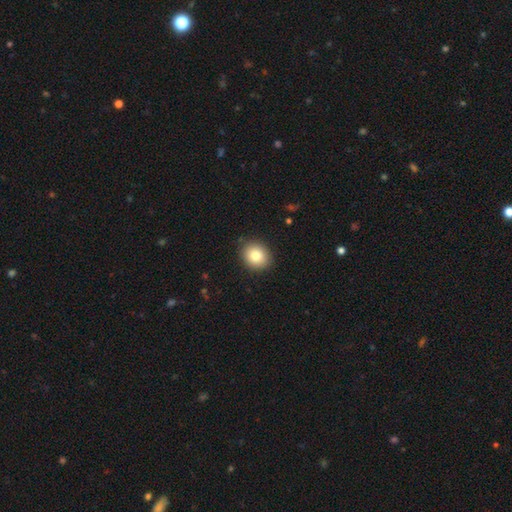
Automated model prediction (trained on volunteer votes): smooth 82%, star or artifact 9%, featured or disk 9%. Down the decision tree: how rounded — round (67%); merging — none (90%).